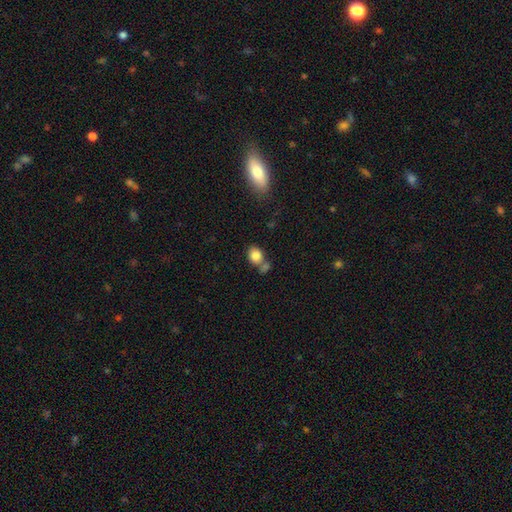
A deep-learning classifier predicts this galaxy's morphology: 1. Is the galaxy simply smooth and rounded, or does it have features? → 83% smooth, 9% star or artifact, 8% featured or disk.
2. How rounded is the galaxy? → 54% in between, 45% round, 1% cigar-shaped.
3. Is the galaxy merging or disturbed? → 51% none, 31% merger, 13% minor disturbance, 5% major disturbance.